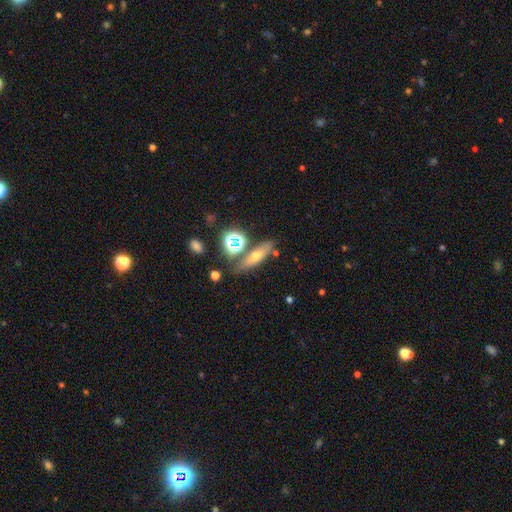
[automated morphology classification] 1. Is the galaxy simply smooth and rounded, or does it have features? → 43% smooth, 36% featured or disk, 21% star or artifact.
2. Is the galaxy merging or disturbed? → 70% none, 14% minor disturbance, 11% merger, 5% major disturbance.